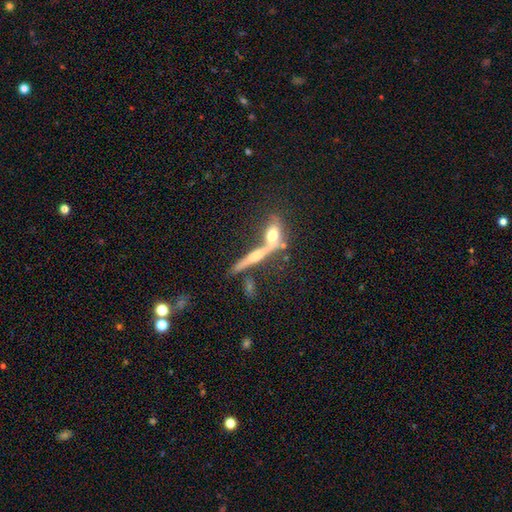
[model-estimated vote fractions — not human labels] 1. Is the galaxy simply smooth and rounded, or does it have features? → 55% featured or disk, 33% smooth, 11% star or artifact.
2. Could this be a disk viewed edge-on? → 85% yes, 15% no.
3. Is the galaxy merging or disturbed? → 53% none, 30% merger, 12% minor disturbance, 6% major disturbance.